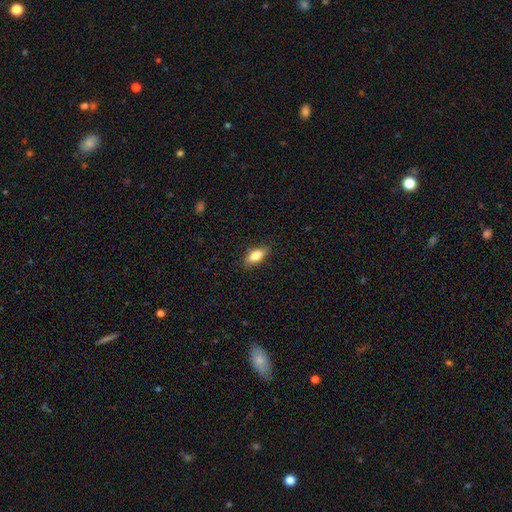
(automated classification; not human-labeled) The model was most divided on "how rounded": in between: 81%, cigar-shaped: 15%, round: 4%. More confident: merging — none (86%); smooth or featured — smooth (80%).